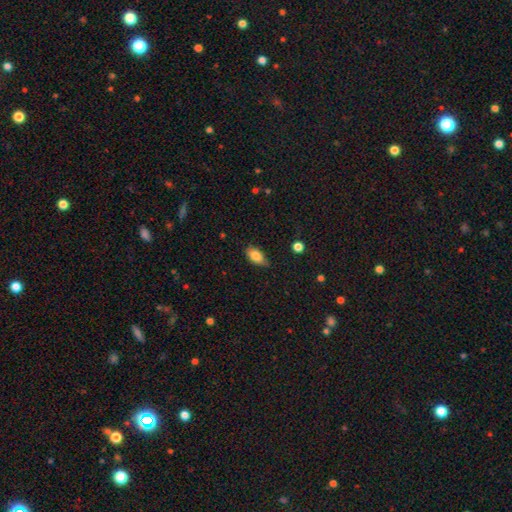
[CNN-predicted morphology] smooth 83%, featured or disk 9%, star or artifact 8%. Down the decision tree: how rounded — in between (89%); merging — none (73%).